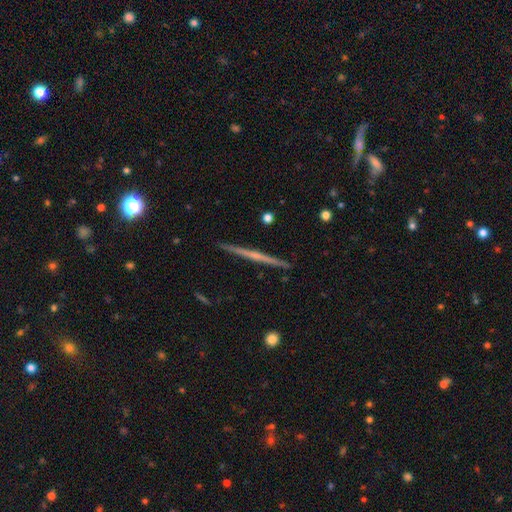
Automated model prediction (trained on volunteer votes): Smooth or featured?
  - featured or disk: 72% *
  - smooth: 22%
  - star or artifact: 6%
Edge-on disk?
  - yes: 98% *
  - no: 2%
Edge-on bulge?
  - none: 57% *
  - rounded: 35%
  - boxy: 8%
Merging?
  - none: 92% *
  - minor disturbance: 5%
  - major disturbance: 1%
  - merger: 1%